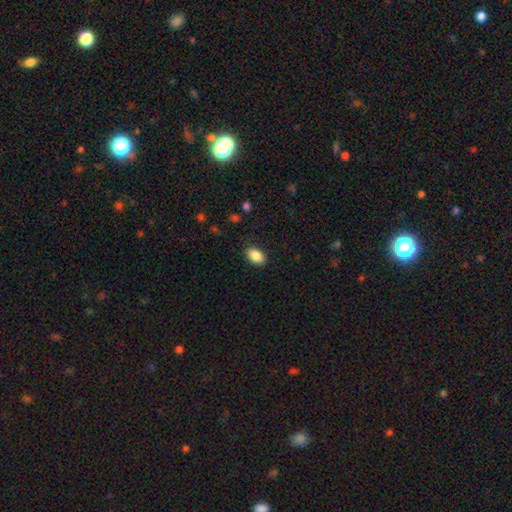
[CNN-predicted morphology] A smooth galaxy with no disk features (88%) that is in between round and cigar-shaped (87%). Merging: none (87%).